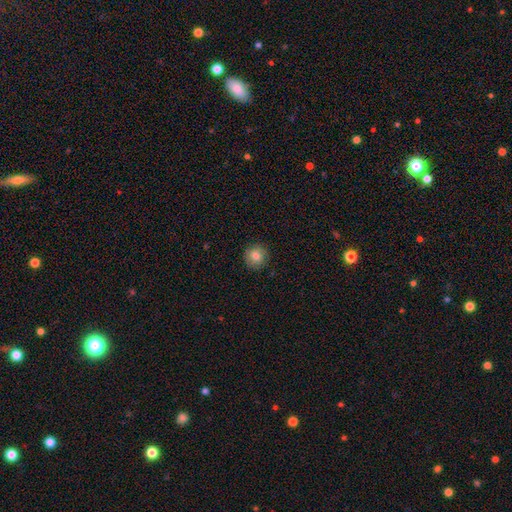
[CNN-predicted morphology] type=smooth (81%); roundness=round (93%); merging=none (89%).